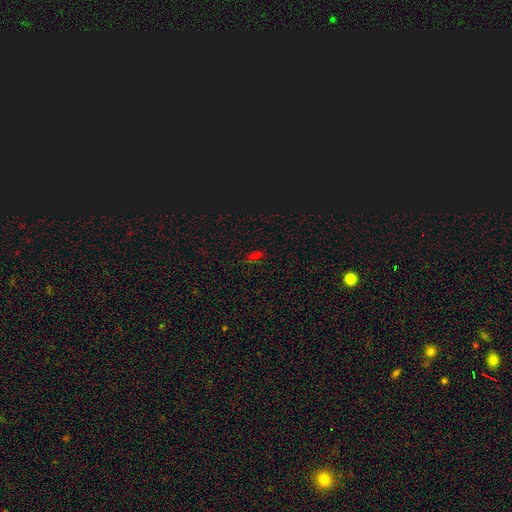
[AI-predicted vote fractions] A star or artifact, not a galaxy (48%).

Vote fractions:
- Smooth or featured? star or artifact: 48% / smooth: 45% / featured or disk: 8%